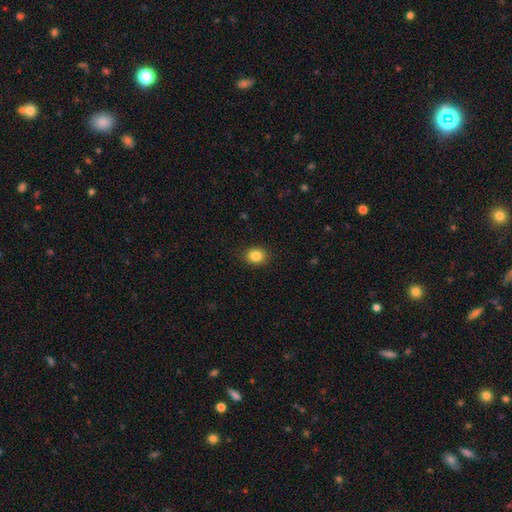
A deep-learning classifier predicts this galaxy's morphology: A smooth galaxy with no disk features (85%) that is round (51%).

Vote fractions:
- Smooth or featured? smooth: 85% / star or artifact: 10% / featured or disk: 5%
- How rounded? round: 51% / in between: 48% / cigar-shaped: 1%
- Merging? none: 88% / minor disturbance: 9% / major disturbance: 2% / merger: 1%